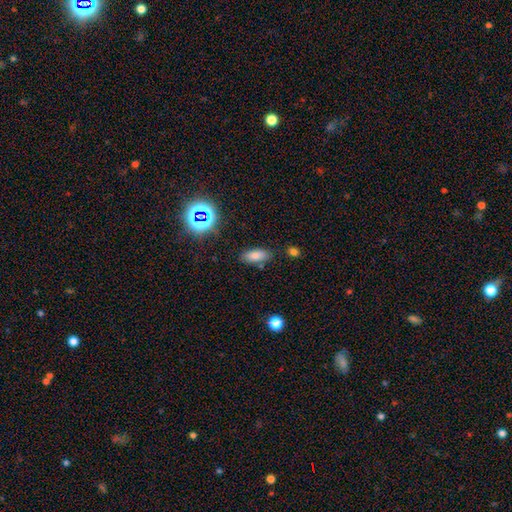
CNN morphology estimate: smooth_or_featured: smooth (p=0.77) [alt: star or artifact p=0.14]
how_rounded: in between (p=0.81) [alt: cigar-shaped p=0.15]
merging: none (p=0.81) [alt: minor disturbance p=0.12]